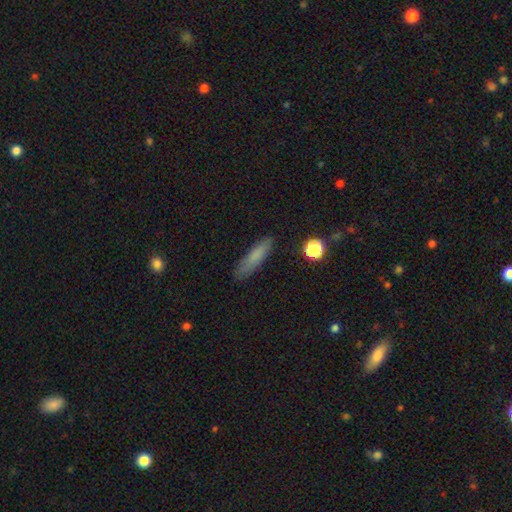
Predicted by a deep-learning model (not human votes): Morphology: type=smooth (78%); roundness=cigar-shaped (78%); merging=none (84%).